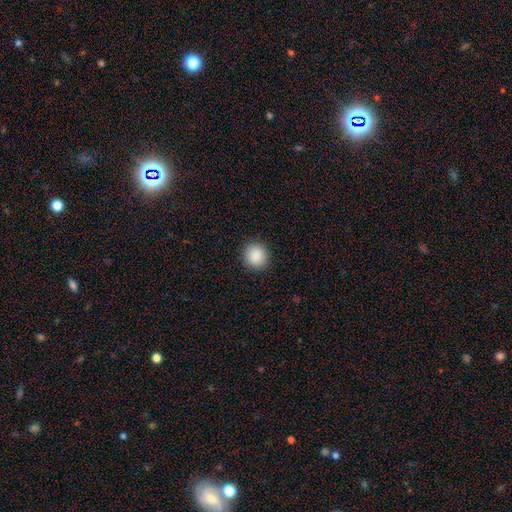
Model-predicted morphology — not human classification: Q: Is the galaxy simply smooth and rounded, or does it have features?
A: smooth — 89%.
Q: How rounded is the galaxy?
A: round — 87%.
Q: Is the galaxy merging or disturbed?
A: none — 90%.